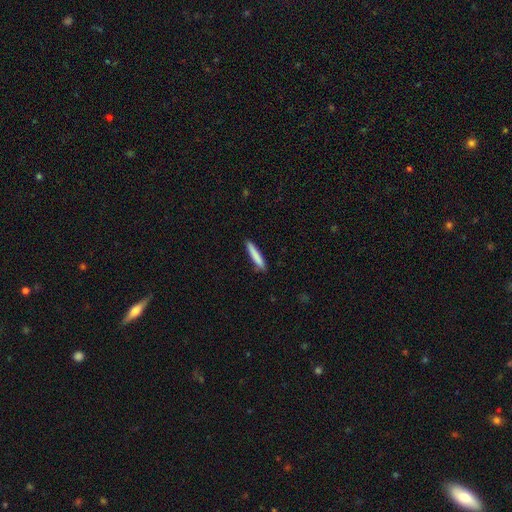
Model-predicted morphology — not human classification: Smooth or featured? smooth (83%)
How rounded? cigar-shaped (93%)
Merging? none (87%)